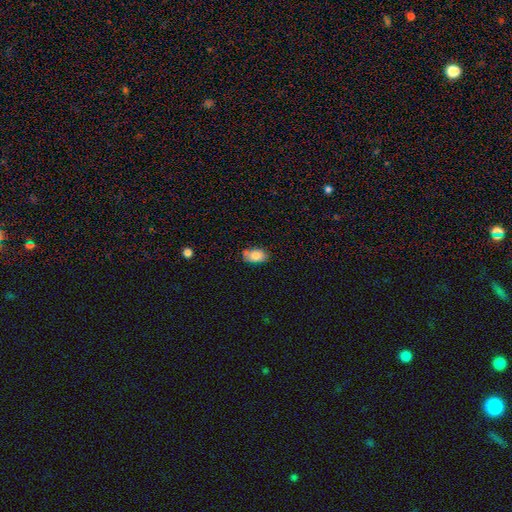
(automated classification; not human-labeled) Q: Smooth or featured?
A: smooth (81%); runner-up: featured or disk (11%)
Q: How rounded?
A: in between (88%); runner-up: round (10%)
Q: Merging?
A: none (65%); runner-up: minor disturbance (22%)